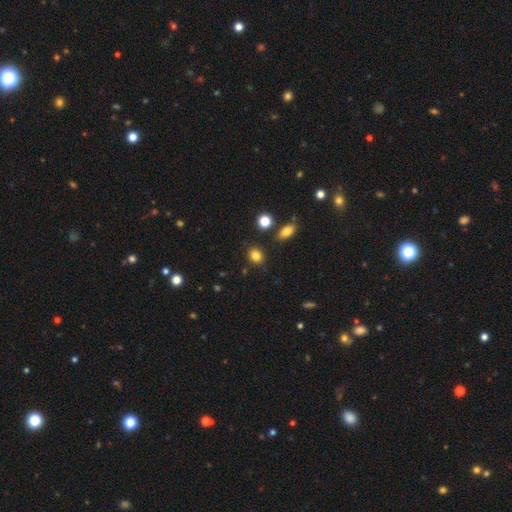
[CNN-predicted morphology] Smooth or featured: smooth — 83% (star or artifact — 12%)
How rounded: round — 58% (in between — 41%)
Merging: none — 83% (minor disturbance — 10%)